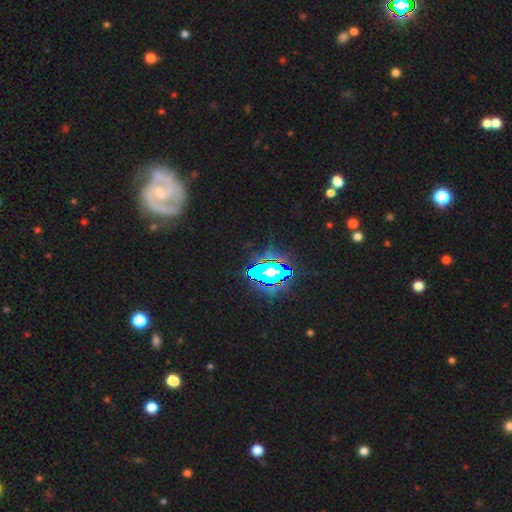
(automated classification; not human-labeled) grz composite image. It shows a star or artifact, not a galaxy (53%).